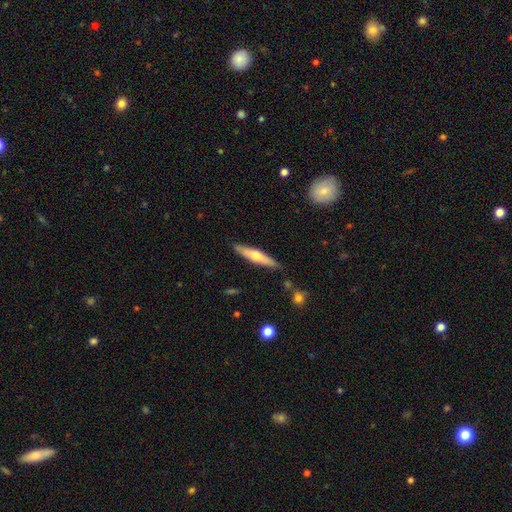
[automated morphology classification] A featured or disk galaxy (48%). Merging: none (87%).